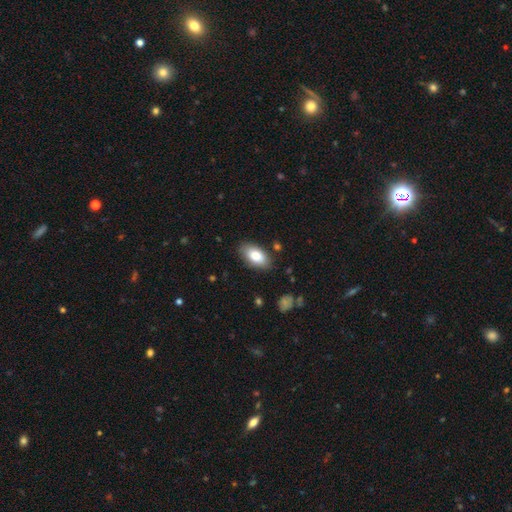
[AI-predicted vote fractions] Smooth or featured?
  - smooth: 79% *
  - featured or disk: 14%
  - star or artifact: 7%
How rounded?
  - in between: 93% *
  - round: 5%
  - cigar-shaped: 3%
Merging?
  - none: 84% *
  - minor disturbance: 12%
  - major disturbance: 3%
  - merger: 2%